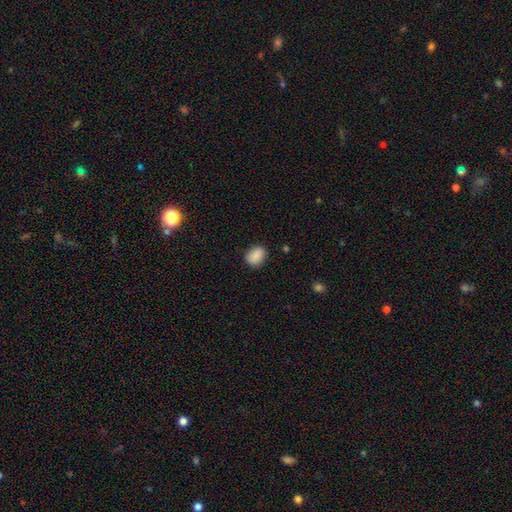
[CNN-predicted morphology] Smooth or featured: smooth — 87% (star or artifact — 8%)
How rounded: in between — 68% (round — 30%)
Merging: none — 80% (minor disturbance — 15%)